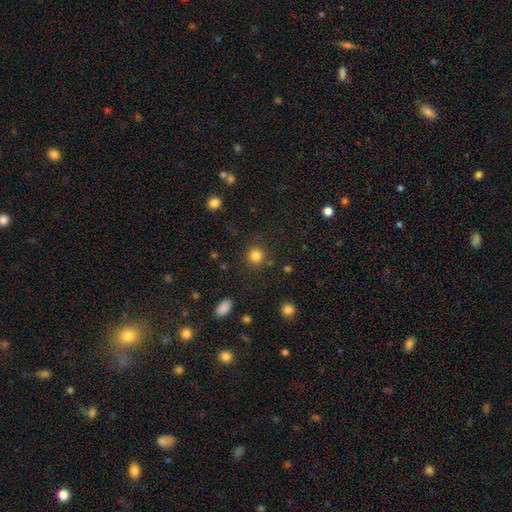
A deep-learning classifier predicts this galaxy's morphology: A smooth galaxy with no disk features (84%) that is round (91%).

Vote fractions:
- Smooth or featured? smooth: 84% / star or artifact: 12% / featured or disk: 4%
- How rounded? round: 91% / in between: 8% / cigar-shaped: 1%
- Merging? none: 85% / minor disturbance: 8% / major disturbance: 4% / merger: 3%